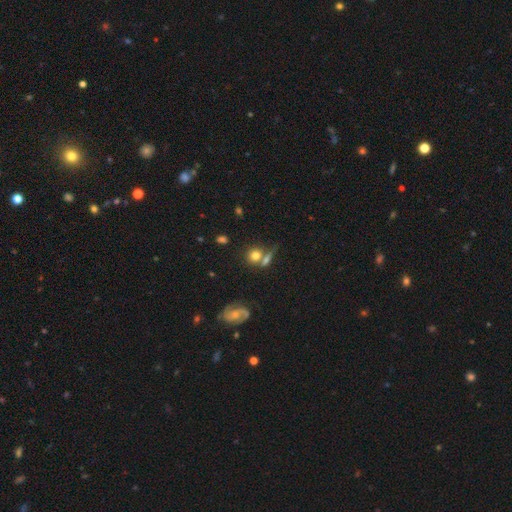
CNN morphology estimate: Overall: smooth (69%). How rounded: round (80%). Merging: none (55%; merger 28%).